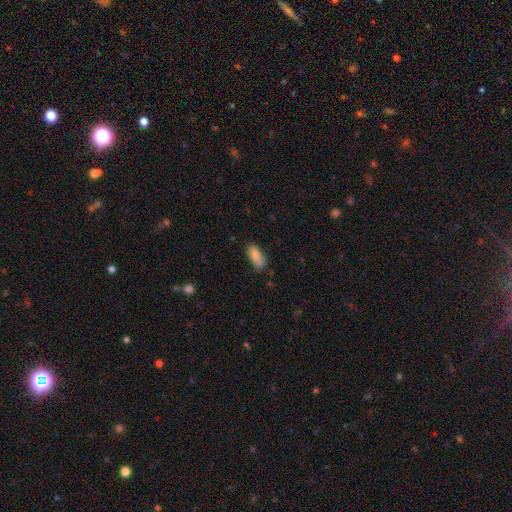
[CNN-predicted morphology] type=smooth (83%); roundness=in between (78%); merging=none (70%).